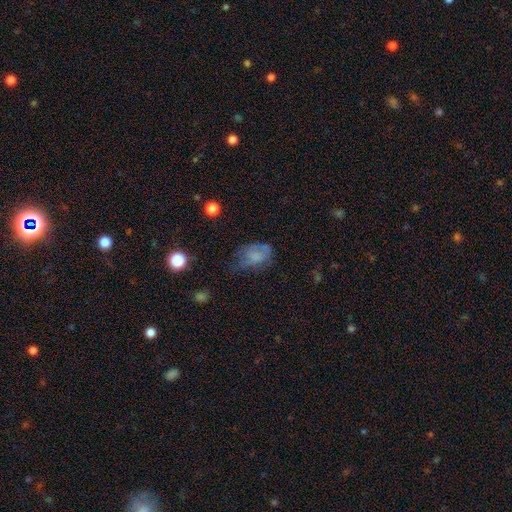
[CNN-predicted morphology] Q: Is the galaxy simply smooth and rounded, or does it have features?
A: smooth — 57%.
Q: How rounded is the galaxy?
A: in between — 80%.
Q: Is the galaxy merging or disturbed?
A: none — 38%.